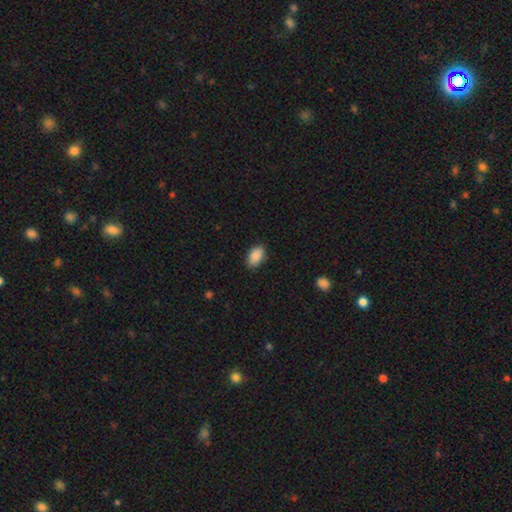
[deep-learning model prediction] Smooth or featured? smooth (89%)
How rounded? in between (91%)
Merging? none (83%)